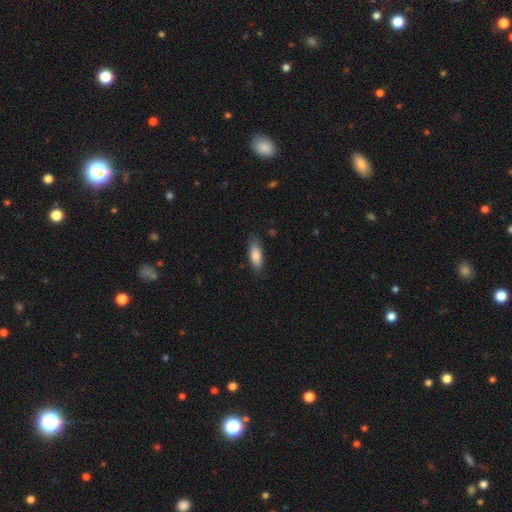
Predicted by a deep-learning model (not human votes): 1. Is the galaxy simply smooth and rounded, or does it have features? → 85% smooth, 9% featured or disk, 6% star or artifact.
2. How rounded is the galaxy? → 73% in between, 25% cigar-shaped, 2% round.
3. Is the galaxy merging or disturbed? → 81% none, 15% minor disturbance, 3% major disturbance, 1% merger.